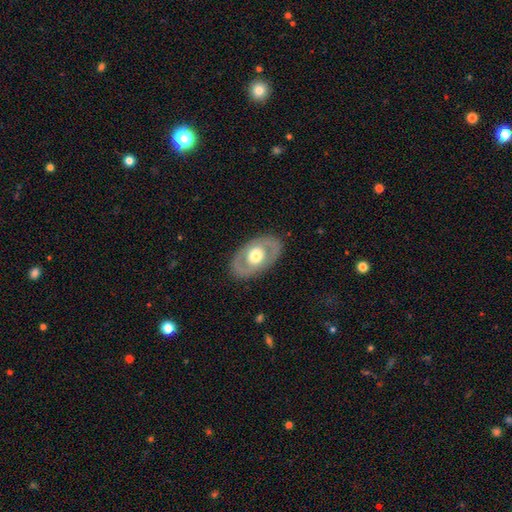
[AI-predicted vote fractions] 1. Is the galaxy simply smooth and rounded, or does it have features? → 61% featured or disk, 34% smooth, 5% star or artifact.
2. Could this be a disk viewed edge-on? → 90% no, 10% yes.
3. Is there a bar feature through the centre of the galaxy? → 82% no, 14% weak, 4% strong.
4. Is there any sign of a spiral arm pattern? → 72% no, 28% yes.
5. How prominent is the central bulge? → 59% moderate, 33% large, 5% small, 2% dominant, 1% none.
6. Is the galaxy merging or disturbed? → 85% none, 10% minor disturbance, 4% major disturbance, 1% merger.